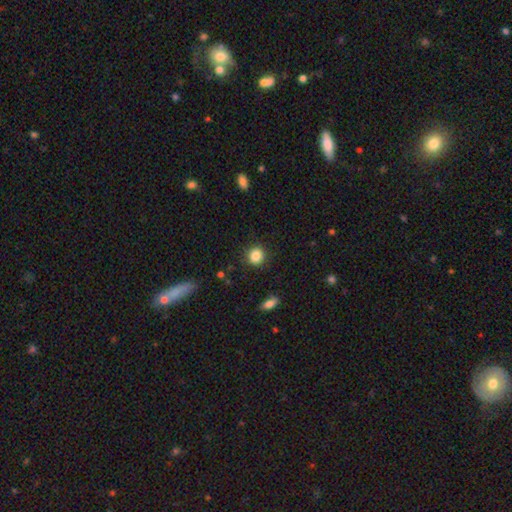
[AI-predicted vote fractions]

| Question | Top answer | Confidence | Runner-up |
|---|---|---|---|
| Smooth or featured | smooth | 86% | star or artifact (10%) |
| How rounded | round | 85% | in between (14%) |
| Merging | none | 89% | minor disturbance (7%) |